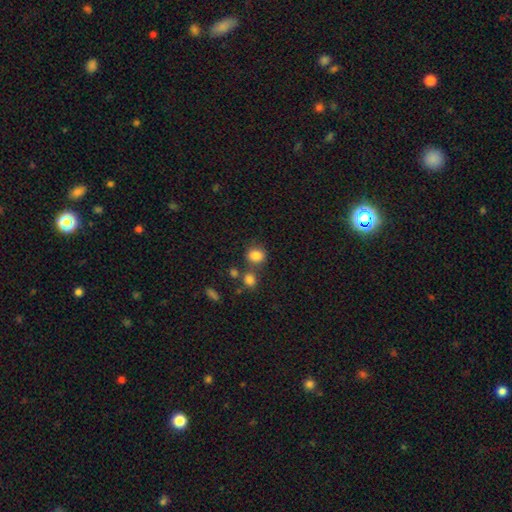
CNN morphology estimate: Smooth or featured? Predicted: smooth (p=0.83). How rounded? Predicted: round (p=0.71). Merging? Predicted: none (p=0.67).